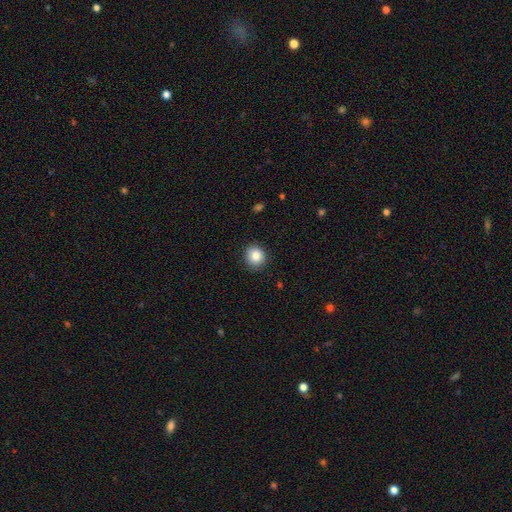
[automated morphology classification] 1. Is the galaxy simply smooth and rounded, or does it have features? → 85% smooth, 9% star or artifact, 6% featured or disk.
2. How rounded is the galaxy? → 87% round, 12% in between, 1% cigar-shaped.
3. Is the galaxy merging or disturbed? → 88% none, 9% minor disturbance, 2% major disturbance, 1% merger.